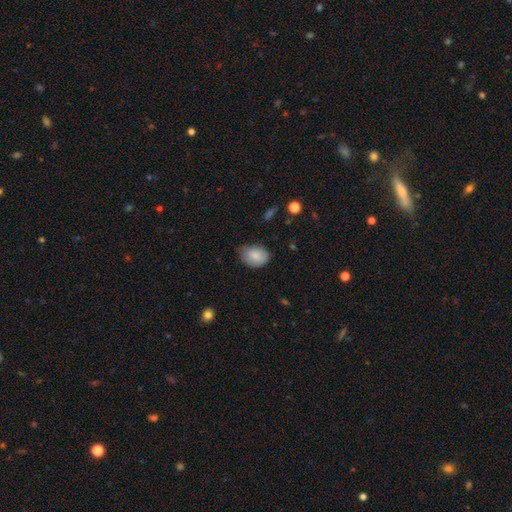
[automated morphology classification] Smooth or featured?
  - smooth: 84% *
  - featured or disk: 9%
  - star or artifact: 7%
How rounded?
  - in between: 67% *
  - round: 32%
  - cigar-shaped: 1%
Merging?
  - none: 59% *
  - minor disturbance: 34%
  - major disturbance: 6%
  - merger: 1%